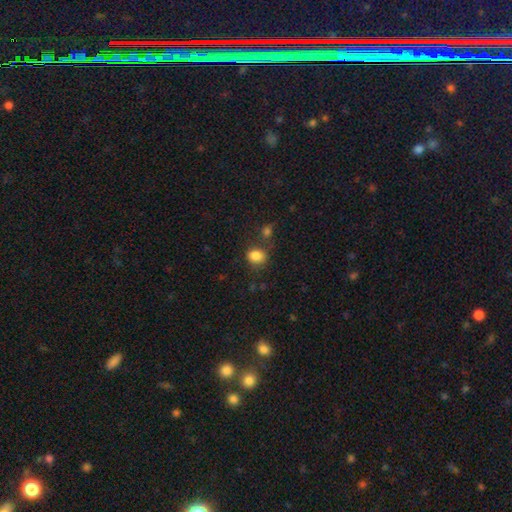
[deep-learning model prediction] Smooth or featured? smooth (84%)
How rounded? round (55%)
Merging? none (71%)